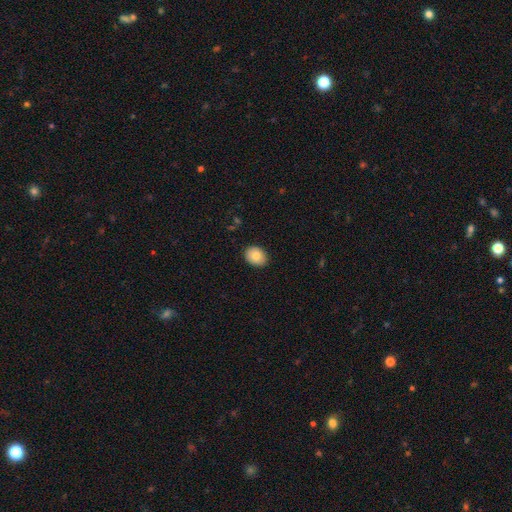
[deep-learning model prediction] Smooth or featured? Predicted: smooth (p=0.81). How rounded? Predicted: in between (p=0.57). Merging? Predicted: none (p=0.88).